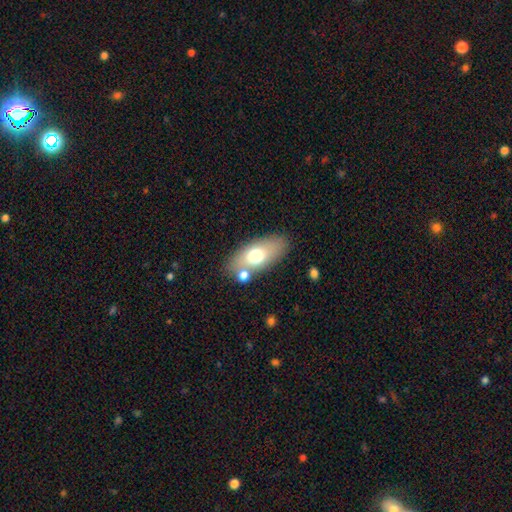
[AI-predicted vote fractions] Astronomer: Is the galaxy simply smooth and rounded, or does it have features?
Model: smooth — 66%.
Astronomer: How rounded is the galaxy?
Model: in between — 84%.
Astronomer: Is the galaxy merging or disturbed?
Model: none — 74%.